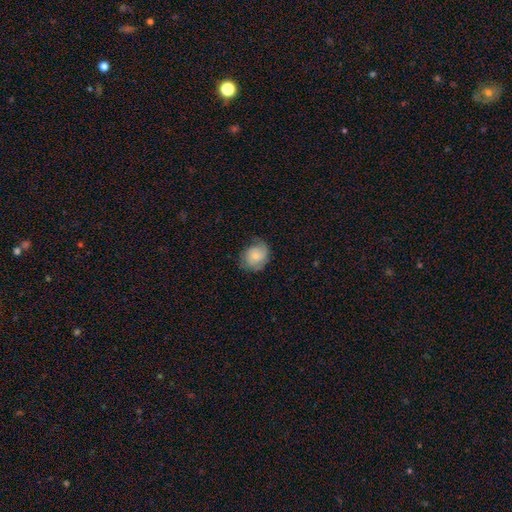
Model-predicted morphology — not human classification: smooth_or_featured: smooth (p=0.59) [alt: featured or disk p=0.33]
how_rounded: round (p=0.56) [alt: in between p=0.43]
merging: none (p=0.61) [alt: minor disturbance p=0.27]